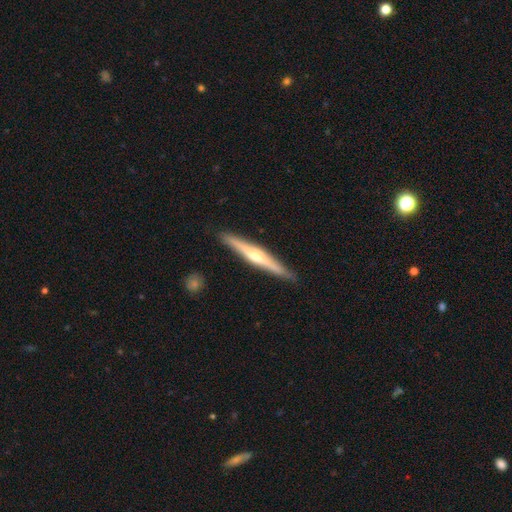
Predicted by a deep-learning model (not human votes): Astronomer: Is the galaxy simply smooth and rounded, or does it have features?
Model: featured or disk — 69%.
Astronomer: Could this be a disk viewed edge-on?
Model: yes — 97%.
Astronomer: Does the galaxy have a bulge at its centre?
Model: rounded — 81%.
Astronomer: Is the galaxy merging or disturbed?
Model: none — 90%.